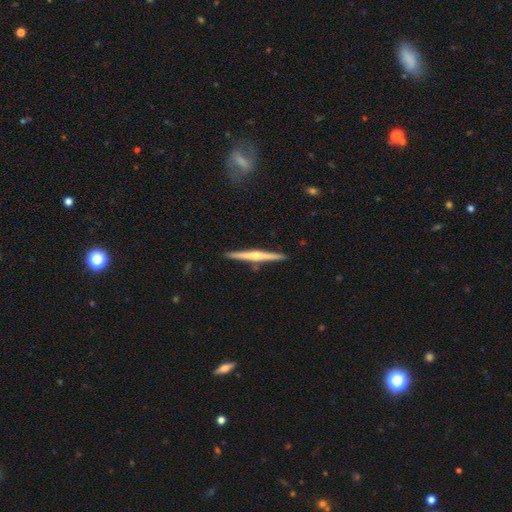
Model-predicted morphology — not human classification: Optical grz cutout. It shows a featured or disk galaxy (71%) viewed edge-on (98%) with a rounded central bulge (85%). Merging: none (90%).